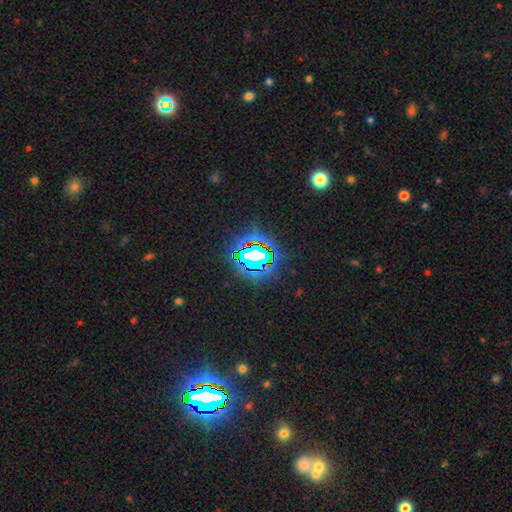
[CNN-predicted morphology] This is likely a star or artifact rather than a galaxy (71%).